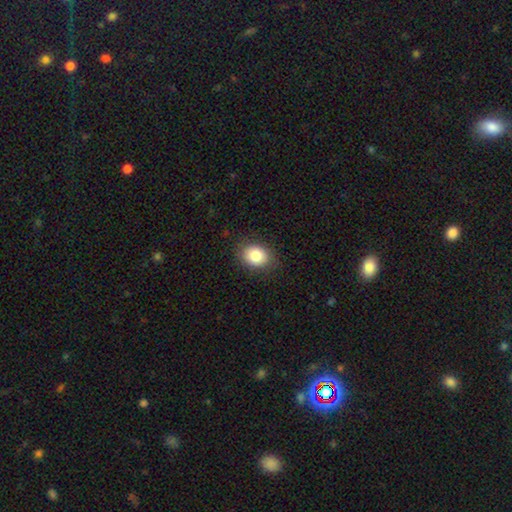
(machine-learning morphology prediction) Q: Smooth or featured?
A: smooth (83%); runner-up: star or artifact (9%)
Q: How rounded?
A: in between (57%); runner-up: round (42%)
Q: Merging?
A: none (85%); runner-up: minor disturbance (11%)